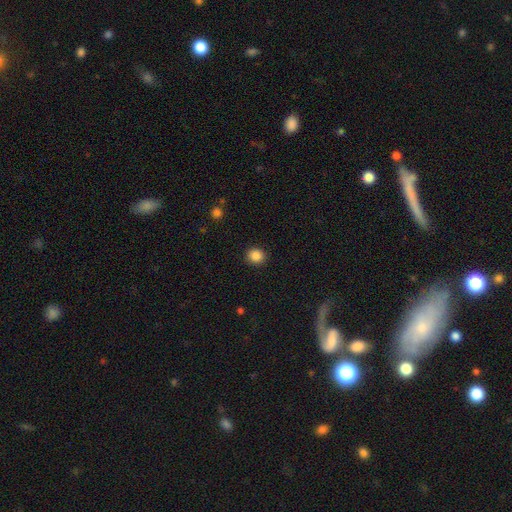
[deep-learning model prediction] Q: Smooth or featured?
A: smooth (87%); runner-up: star or artifact (10%)
Q: How rounded?
A: round (88%); runner-up: in between (11%)
Q: Merging?
A: none (92%); runner-up: minor disturbance (5%)